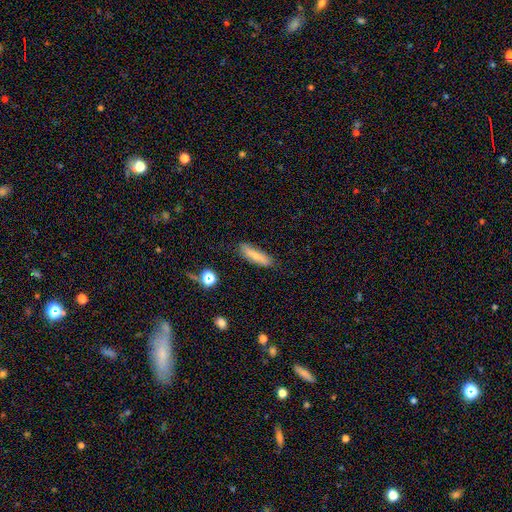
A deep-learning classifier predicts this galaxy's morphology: smooth 78%, featured or disk 14%, star or artifact 9%. Down the decision tree: how rounded — cigar-shaped (76%); merging — none (82%).